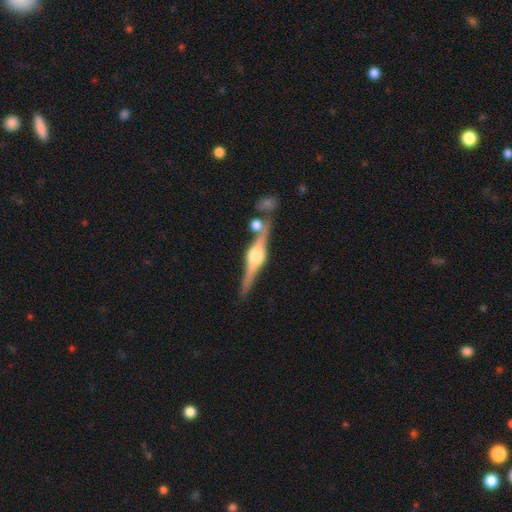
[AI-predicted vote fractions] smooth-or-featured: featured or disk: 85% | smooth: 10% | star or artifact: 5%
  disk-edge-on: yes: 98% | no: 2%
    edge-on-bulge: rounded: 93% | boxy: 6% | none: 1%
  merging: none: 78% | merger: 10% | minor disturbance: 10% | major disturbance: 2%